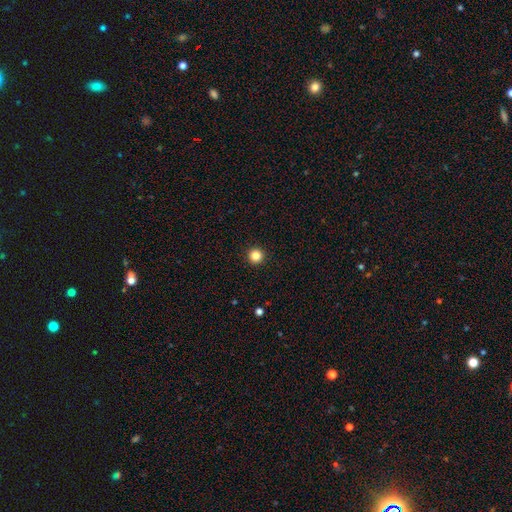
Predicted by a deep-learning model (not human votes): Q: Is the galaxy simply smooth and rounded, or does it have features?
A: smooth — 84%.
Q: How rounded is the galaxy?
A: round — 96%.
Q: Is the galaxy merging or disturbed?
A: none — 94%.